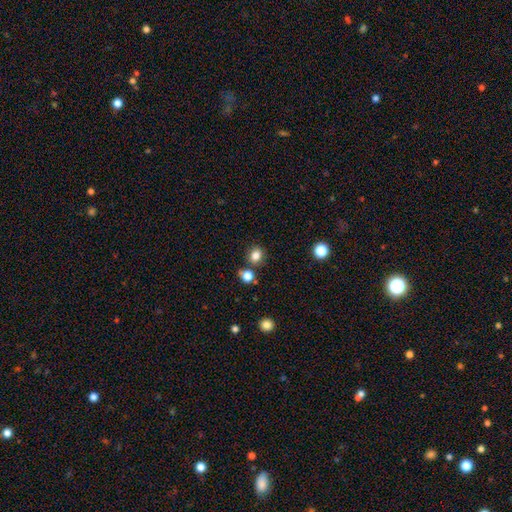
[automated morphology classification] A smooth galaxy with no disk features (83%) that is round (74%). Merging: none (78%).